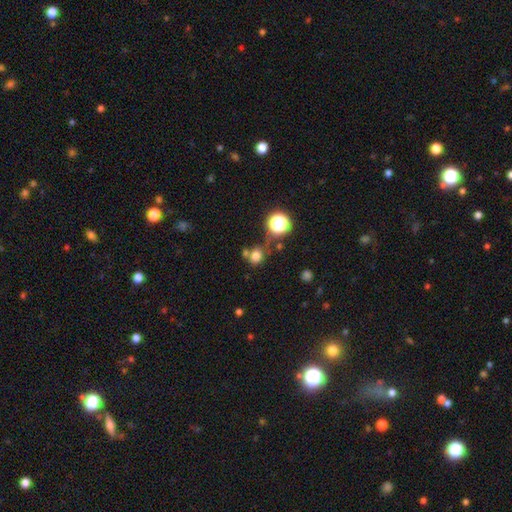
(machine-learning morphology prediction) Smooth or featured: smooth — 73% (star or artifact — 19%)
How rounded: round — 80% (in between — 19%)
Merging: none — 60% (merger — 20%)